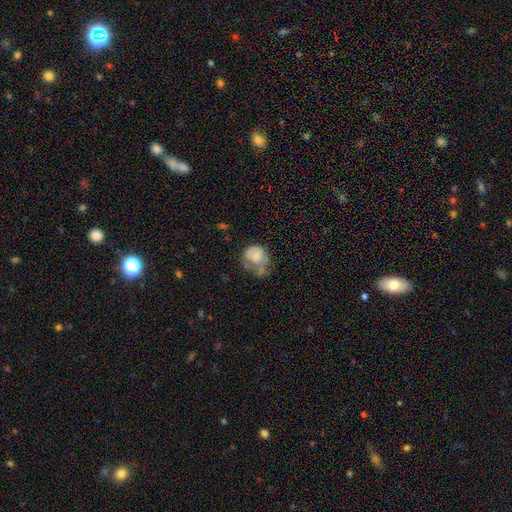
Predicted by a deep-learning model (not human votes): Smooth or featured: smooth — 58% (featured or disk — 34%)
How rounded: round — 62% (in between — 37%)
Merging: major disturbance — 31% (minor disturbance — 29%)